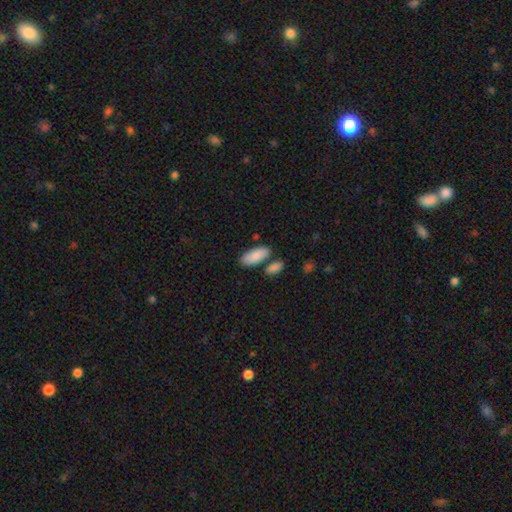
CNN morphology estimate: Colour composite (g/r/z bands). It shows a smooth galaxy with no disk features (88%) that is in between round and cigar-shaped (85%). Merging: none (69%).